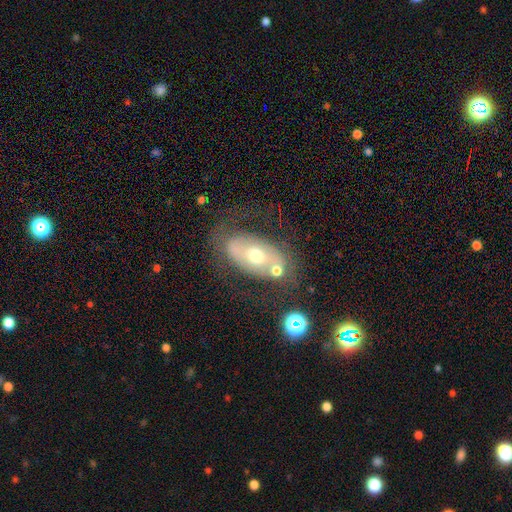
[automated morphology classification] type=featured or disk (53%); edge-on=no (90%); merging=none (53%).